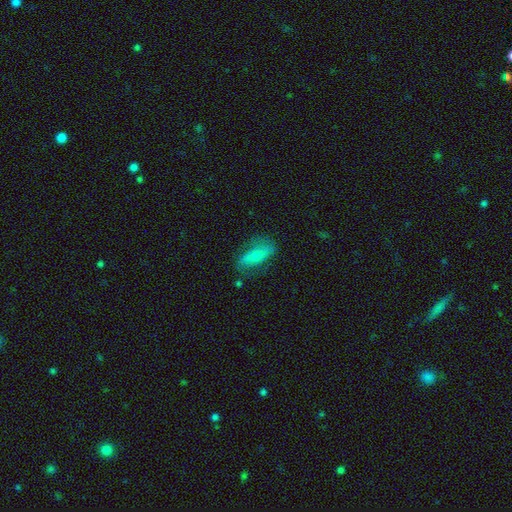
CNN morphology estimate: smooth 50%, featured or disk 42%, star or artifact 8%. Down the decision tree: how rounded — in between (73%); merging — none (68%).